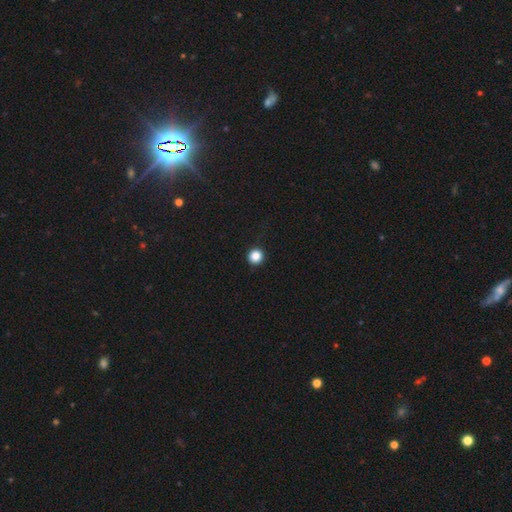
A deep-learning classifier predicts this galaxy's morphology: smooth-or-featured: smooth: 86% | star or artifact: 11% | featured or disk: 3%
  how-rounded: round: 94% | in between: 5% | cigar-shaped: 1%
  merging: none: 93% | minor disturbance: 5% | major disturbance: 2% | merger: 1%